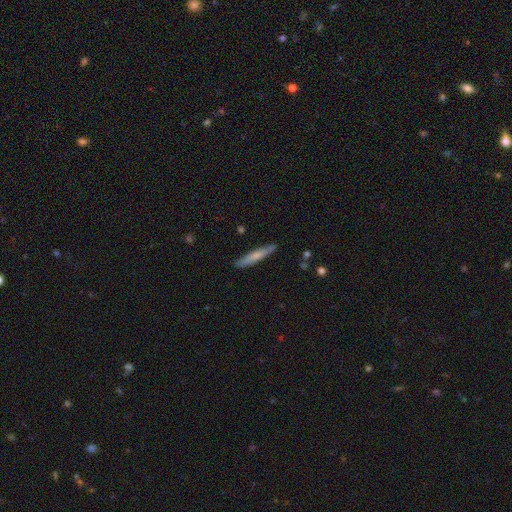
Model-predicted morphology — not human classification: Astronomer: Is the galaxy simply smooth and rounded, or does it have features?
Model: smooth — 63%.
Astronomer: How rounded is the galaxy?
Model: cigar-shaped — 93%.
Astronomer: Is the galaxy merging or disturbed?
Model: none — 86%.